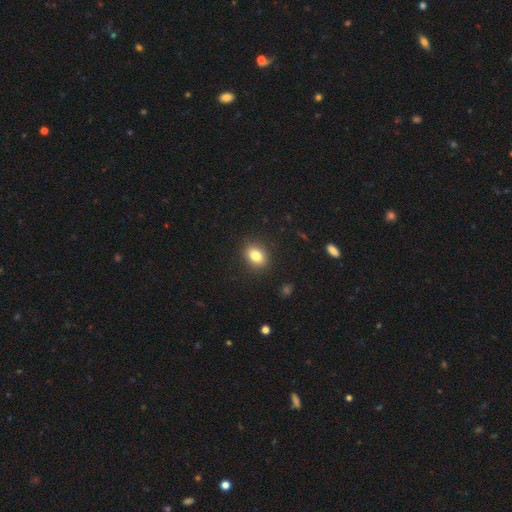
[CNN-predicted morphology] Smooth or featured: smooth — 82% (star or artifact — 10%)
How rounded: in between — 63% (round — 36%)
Merging: none — 89% (minor disturbance — 8%)